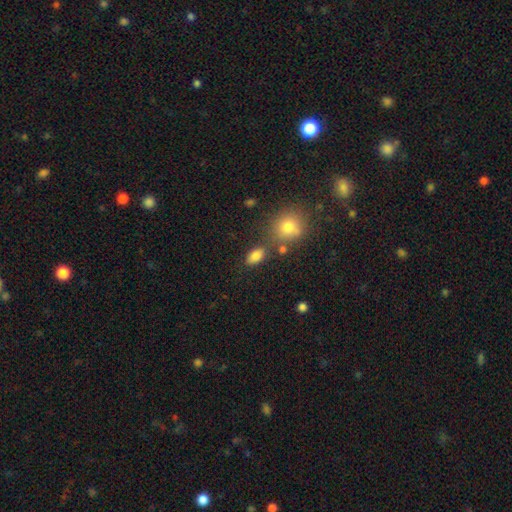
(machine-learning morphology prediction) smooth-or-featured: smooth: 84% | star or artifact: 10% | featured or disk: 6%
  how-rounded: in between: 87% | round: 10% | cigar-shaped: 3%
  merging: none: 73% | minor disturbance: 14% | merger: 9% | major disturbance: 5%